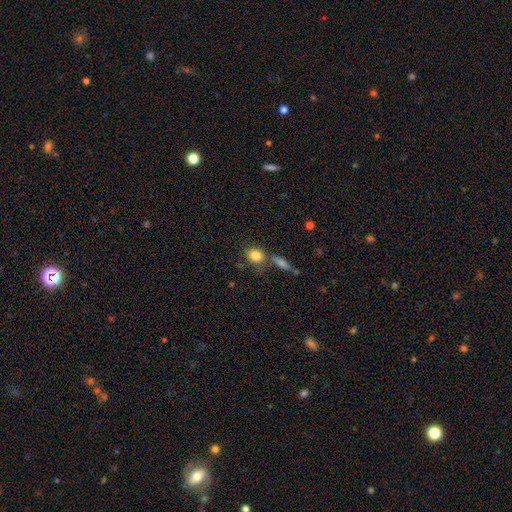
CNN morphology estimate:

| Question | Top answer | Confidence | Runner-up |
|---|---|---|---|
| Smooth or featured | smooth | 83% | star or artifact (9%) |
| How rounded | round | 53% | in between (45%) |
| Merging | none | 57% | merger (23%) |